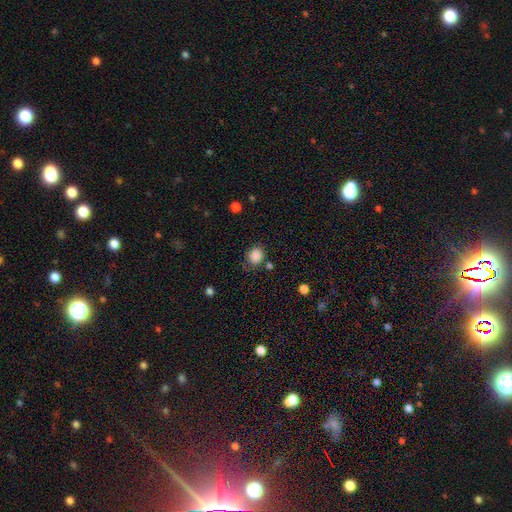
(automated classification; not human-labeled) A smooth galaxy with no disk features (86%) that is round (73%). Merging: none (74%).